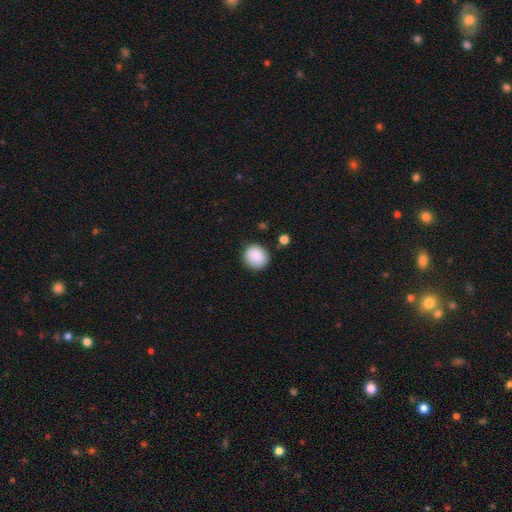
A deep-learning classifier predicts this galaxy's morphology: Overall: smooth (88%). How rounded: round (84%). Merging: none (87%).